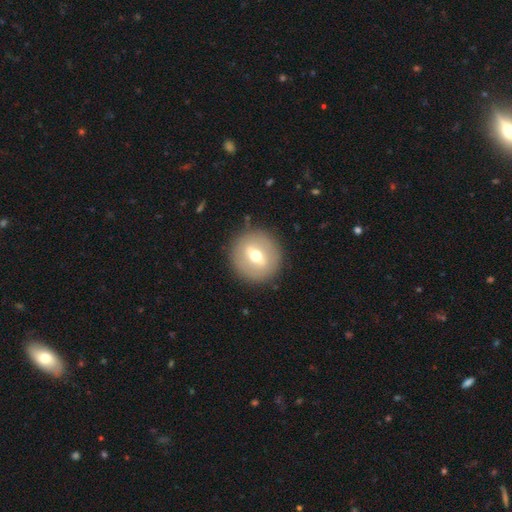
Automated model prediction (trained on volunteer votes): Smooth or featured: featured or disk — 47% (smooth — 46%)
Merging: none — 88% (minor disturbance — 7%)